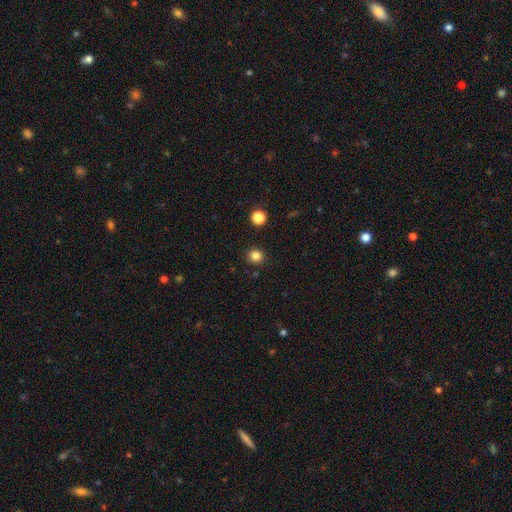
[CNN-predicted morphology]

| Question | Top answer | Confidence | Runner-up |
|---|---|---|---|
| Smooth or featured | smooth | 83% | star or artifact (13%) |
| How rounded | round | 92% | in between (8%) |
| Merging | none | 91% | minor disturbance (5%) |